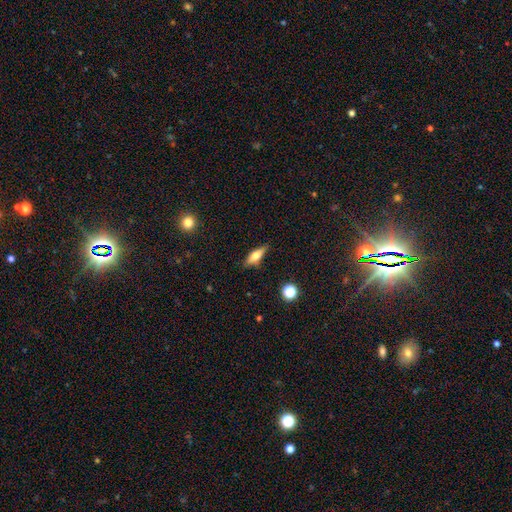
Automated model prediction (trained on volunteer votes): Morphology: type=smooth (56%); roundness=in between (50%); merging=none (81%).